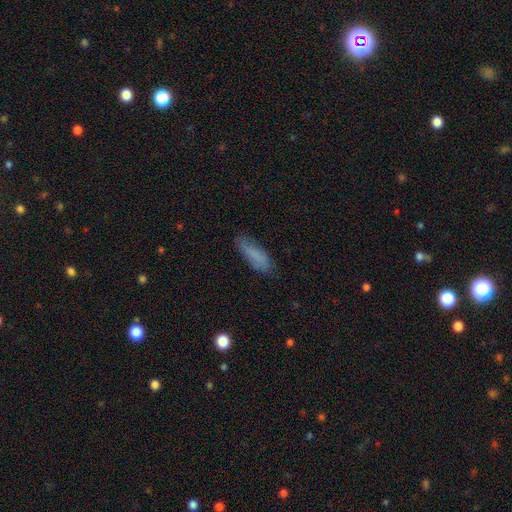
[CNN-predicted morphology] Smooth or featured? Predicted: smooth (p=0.77). How rounded? Predicted: in between (p=0.55). Merging? Predicted: none (p=0.76).